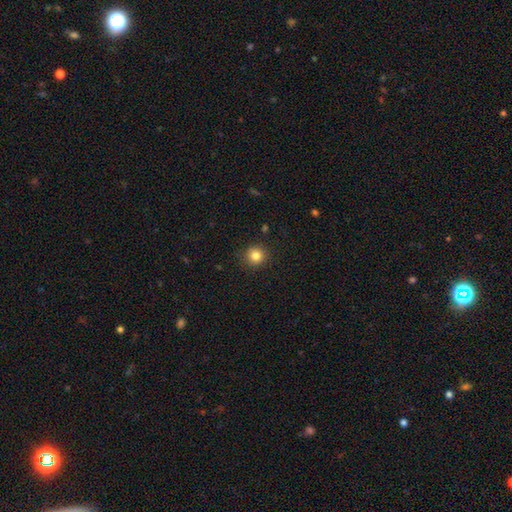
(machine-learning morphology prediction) This is clearly a smooth galaxy (83%). How rounded: clearly round (92%). Merging: clearly none (89%).